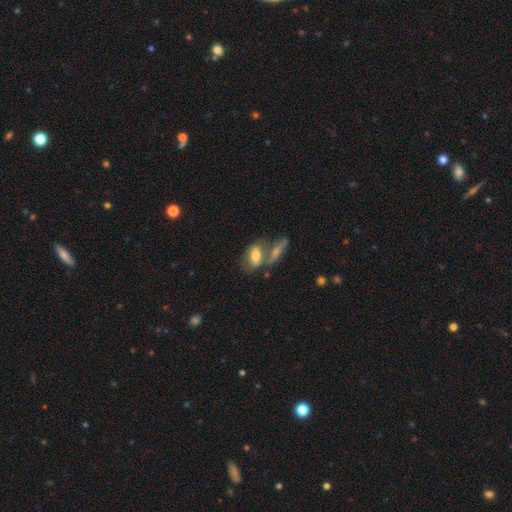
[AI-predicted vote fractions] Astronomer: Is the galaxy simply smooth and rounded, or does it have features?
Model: smooth — 58% (runner-up: featured or disk, 34%).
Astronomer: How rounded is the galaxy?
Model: in between — 81%.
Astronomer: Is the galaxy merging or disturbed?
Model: merger — 52% (runner-up: none, 32%).